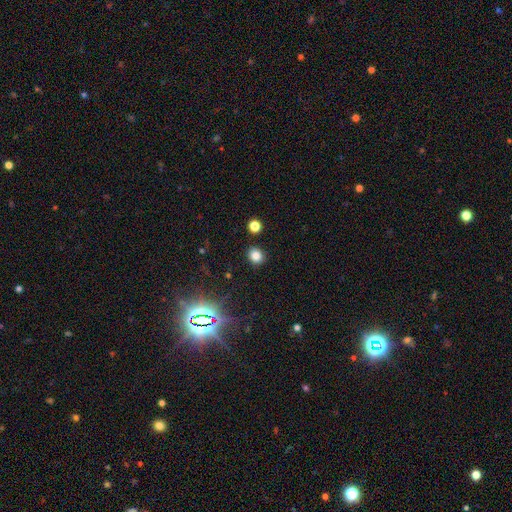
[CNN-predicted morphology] This appears to be a smooth galaxy with no disk features (79%) that is round (71%). Merging: none (87%).